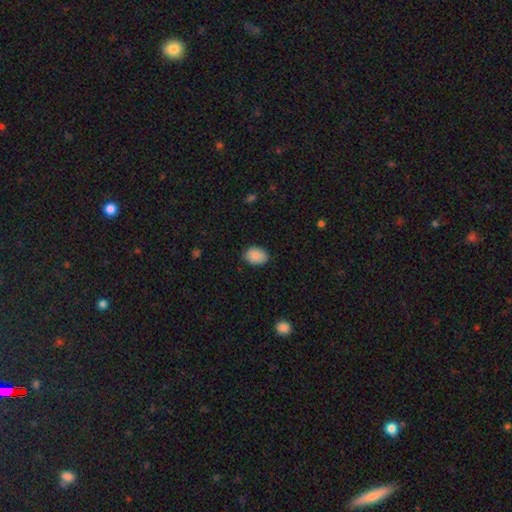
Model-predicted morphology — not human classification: type=smooth (87%); roundness=in between (80%); merging=none (86%).